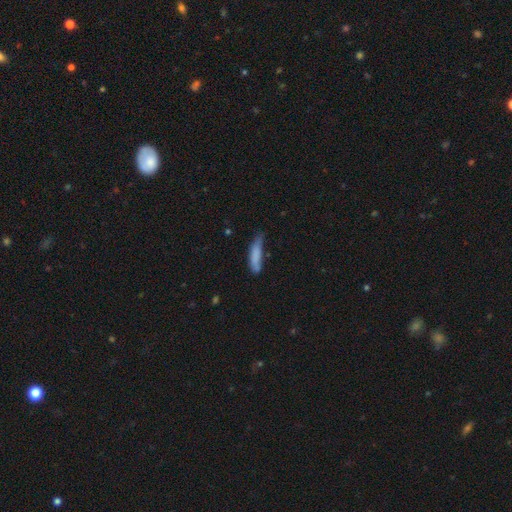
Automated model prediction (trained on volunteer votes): A smooth galaxy with no disk features (81%) that is cigar-shaped (72%). Merging: none (45%).